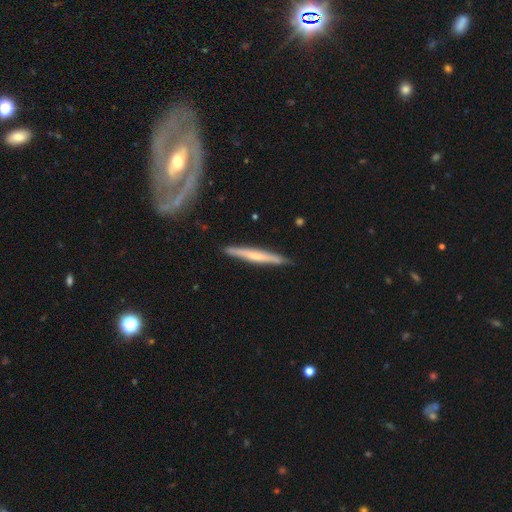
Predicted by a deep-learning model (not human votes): Morphology: type=featured or disk (53%); edge-on=yes (95%); edge-on bulge=none (55%); merging=none (88%).